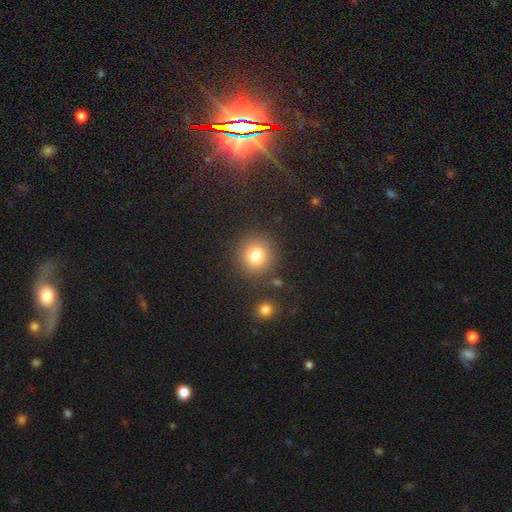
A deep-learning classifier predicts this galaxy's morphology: A smooth galaxy with no disk features (79%) that is round (89%). Merging: none (85%).